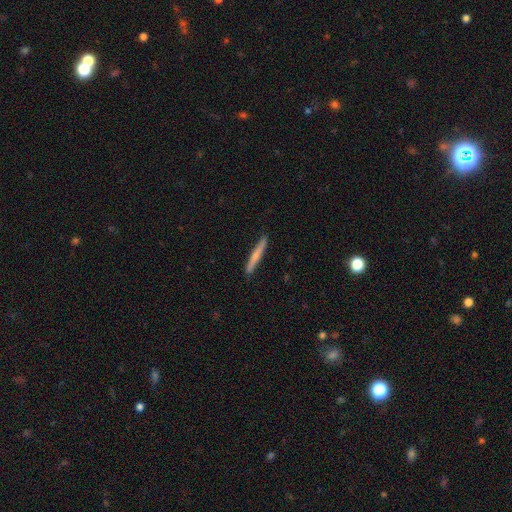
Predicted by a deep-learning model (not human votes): A smooth galaxy with no disk features (62%) that is cigar-shaped (96%). Merging: none (89%).